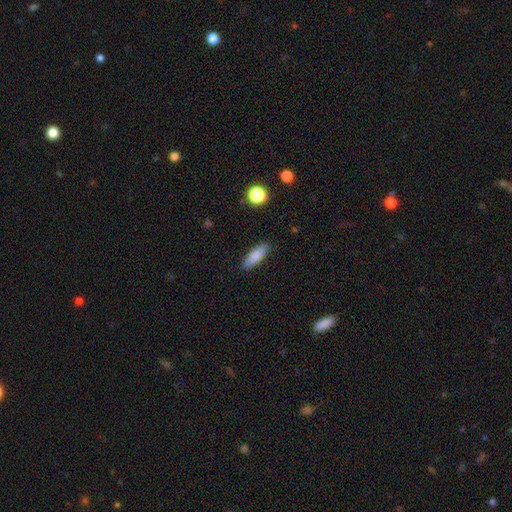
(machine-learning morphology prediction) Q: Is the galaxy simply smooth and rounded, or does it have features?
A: smooth — 81%.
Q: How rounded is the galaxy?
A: in between — 60%.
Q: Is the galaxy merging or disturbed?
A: none — 87%.